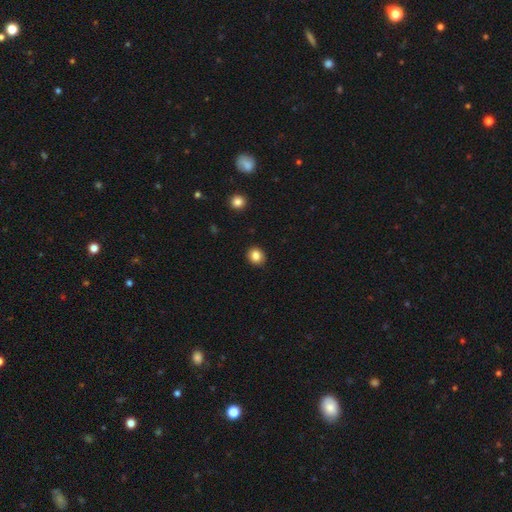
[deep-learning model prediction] smooth 85%, star or artifact 10%, featured or disk 5%. Down the decision tree: how rounded — round (75%); merging — none (91%).